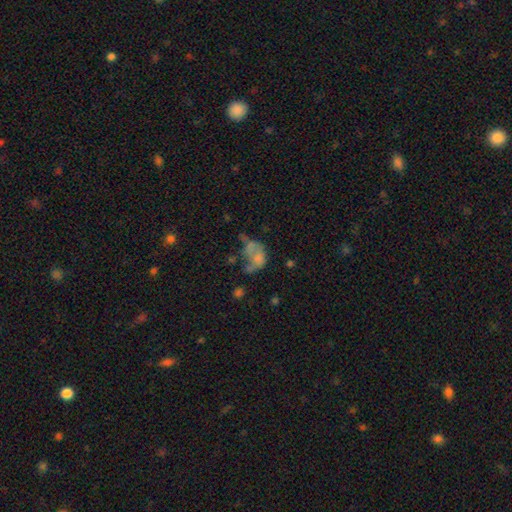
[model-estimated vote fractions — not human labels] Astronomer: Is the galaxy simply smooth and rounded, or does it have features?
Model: smooth — 50% (runner-up: featured or disk, 35%).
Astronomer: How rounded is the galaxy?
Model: in between — 70%.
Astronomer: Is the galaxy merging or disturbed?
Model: major disturbance — 35% (runner-up: merger, 30%).